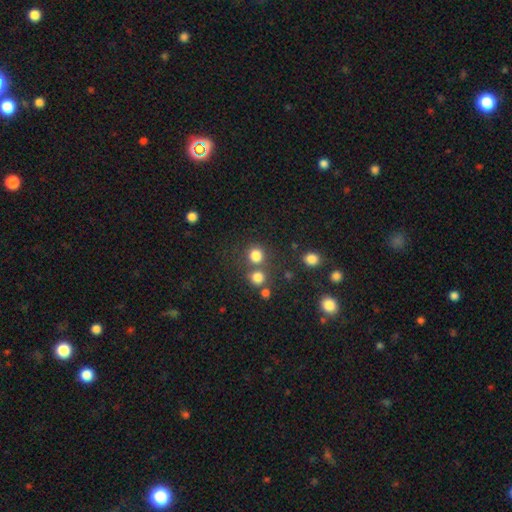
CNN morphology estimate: Smooth or featured? smooth (79%)
How rounded? round (87%)
Merging? none (66%)